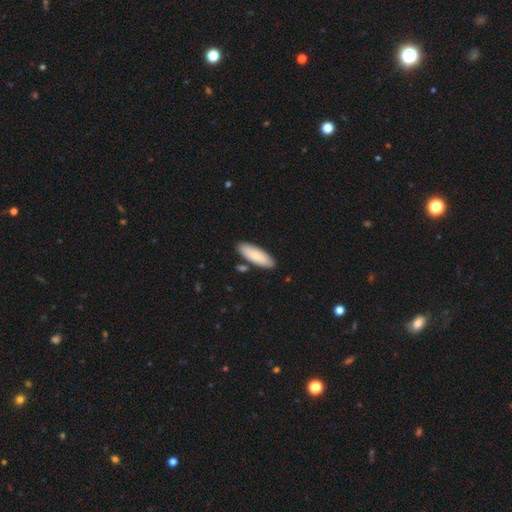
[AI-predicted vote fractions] The model was most divided on "how rounded": in between: 63%, cigar-shaped: 36%, round: 2%. More confident: merging — none (84%); smooth or featured — smooth (81%).